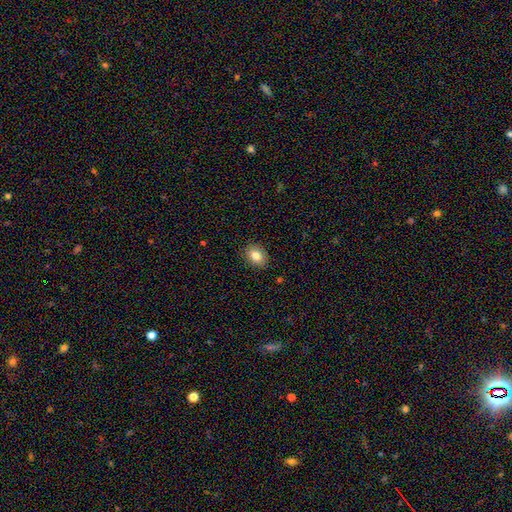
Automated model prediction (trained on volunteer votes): smooth 82%, featured or disk 10%, star or artifact 9%. Down the decision tree: how rounded — in between (70%); merging — none (87%).